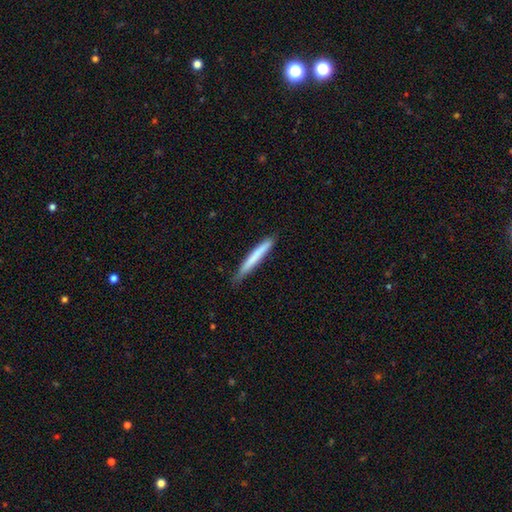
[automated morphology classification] A smooth galaxy with no disk features (69%) that is cigar-shaped (96%). Merging: none (81%).